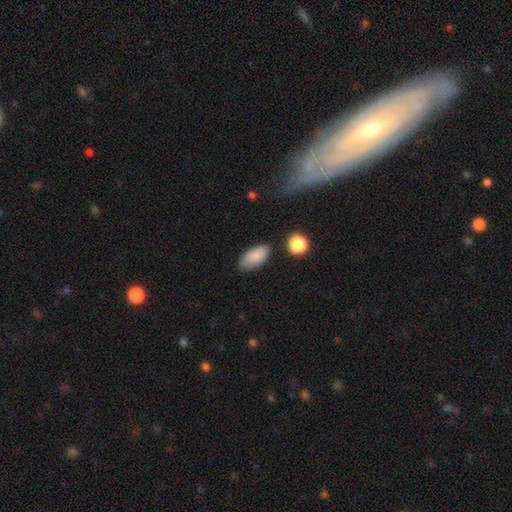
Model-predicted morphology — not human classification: This appears to be a smooth galaxy with no disk features (86%) that is in between round and cigar-shaped (91%). Merging: none (79%).